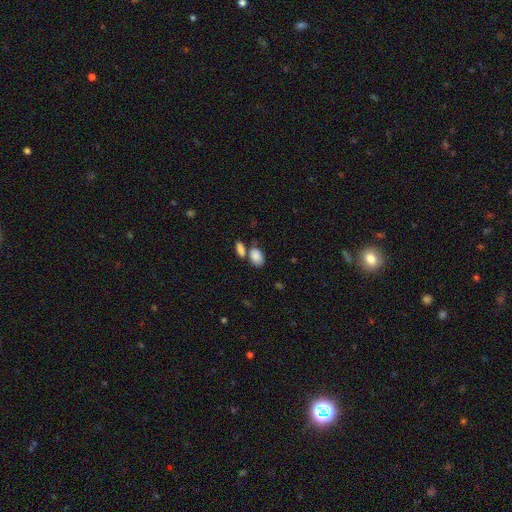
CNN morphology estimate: Smooth or featured?
  - smooth: 86% *
  - star or artifact: 7%
  - featured or disk: 7%
How rounded?
  - in between: 88% *
  - round: 9%
  - cigar-shaped: 2%
Merging?
  - none: 45% *
  - merger: 37%
  - minor disturbance: 13%
  - major disturbance: 5%